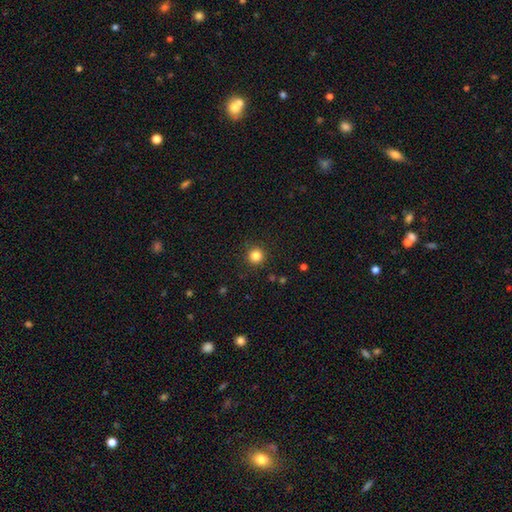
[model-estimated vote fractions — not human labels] Smooth or featured: smooth — 84% (star or artifact — 12%)
How rounded: round — 95% (in between — 4%)
Merging: none — 91% (minor disturbance — 6%)